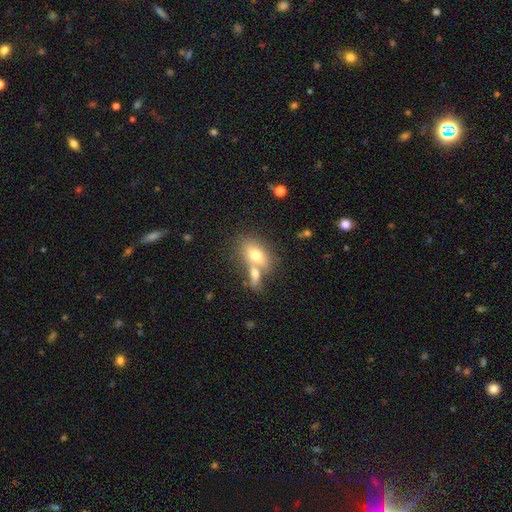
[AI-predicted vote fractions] Morphology: type=smooth (70%); roundness=in between (83%); merging=merger (45%).